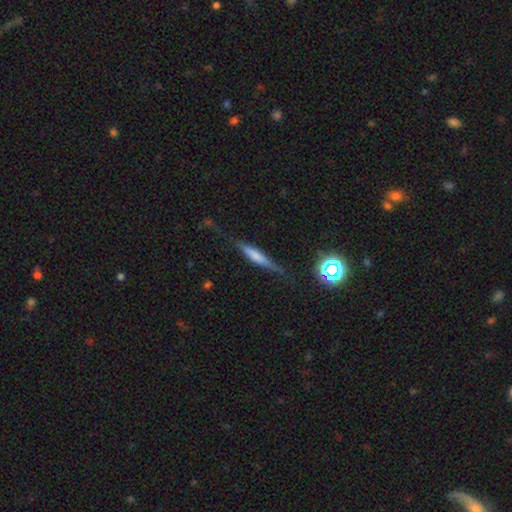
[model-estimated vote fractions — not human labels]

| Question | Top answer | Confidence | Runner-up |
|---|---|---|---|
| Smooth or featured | smooth | 47% | featured or disk (43%) |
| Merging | none | 73% | minor disturbance (18%) |